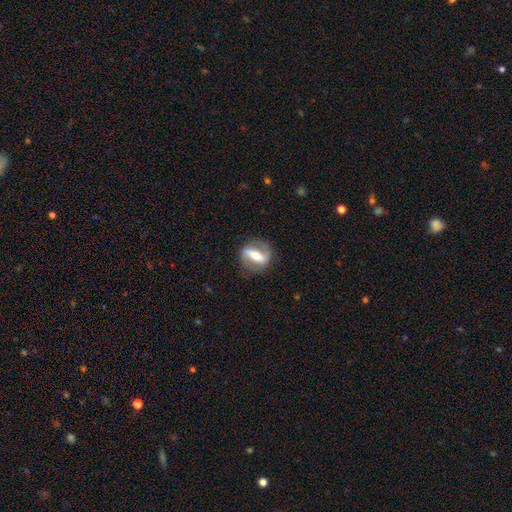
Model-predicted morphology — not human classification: This is likely a featured or disk galaxy (72%). It is clearly not viewed edge-on (87%). Bar: likely strong (71%). Spiral arm pattern: likely yes (71%). Central bulge: possibly moderate (60%). Merging: likely none (80%).